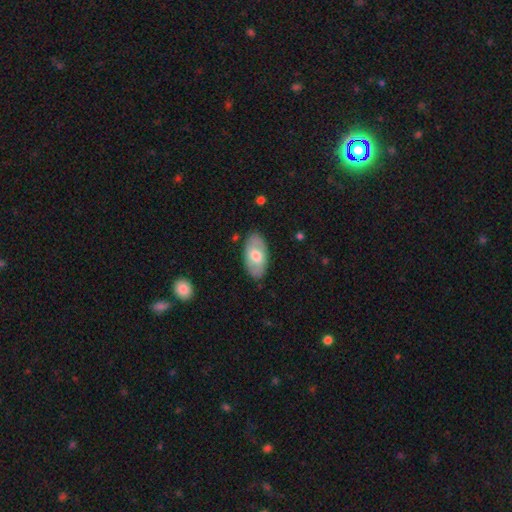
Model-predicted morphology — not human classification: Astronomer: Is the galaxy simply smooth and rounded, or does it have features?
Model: smooth — 58% (runner-up: featured or disk, 37%).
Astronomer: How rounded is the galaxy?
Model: in between — 94%.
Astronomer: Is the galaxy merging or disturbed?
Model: none — 85%.